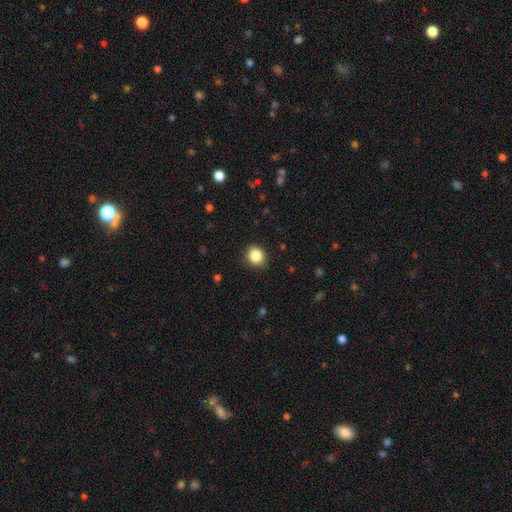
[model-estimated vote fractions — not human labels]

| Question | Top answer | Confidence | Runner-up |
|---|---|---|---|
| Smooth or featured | smooth | 86% | star or artifact (10%) |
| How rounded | round | 72% | in between (27%) |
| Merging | none | 88% | minor disturbance (8%) |